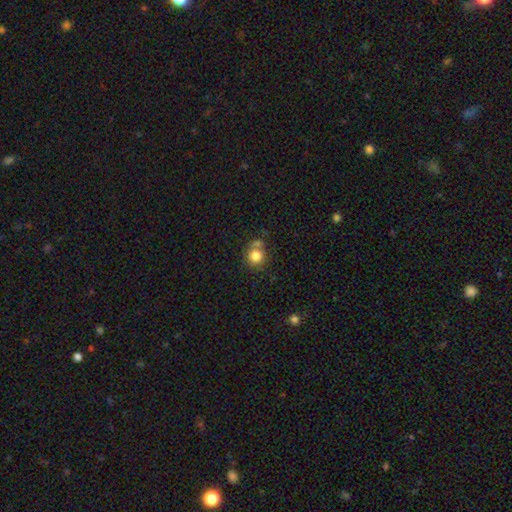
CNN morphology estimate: The model was most divided on "merging": none: 61%, merger: 21%, minor disturbance: 13%, major disturbance: 5%. More confident: how rounded — round (88%); smooth or featured — smooth (82%).